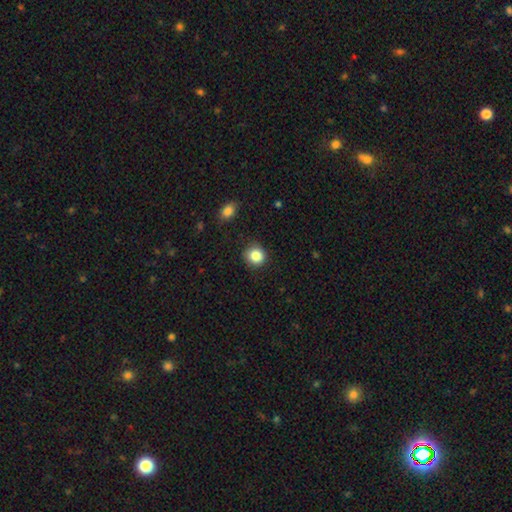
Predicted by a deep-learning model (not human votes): Q: Smooth or featured?
A: smooth (85%); runner-up: star or artifact (10%)
Q: How rounded?
A: round (89%); runner-up: in between (10%)
Q: Merging?
A: none (87%); runner-up: minor disturbance (9%)